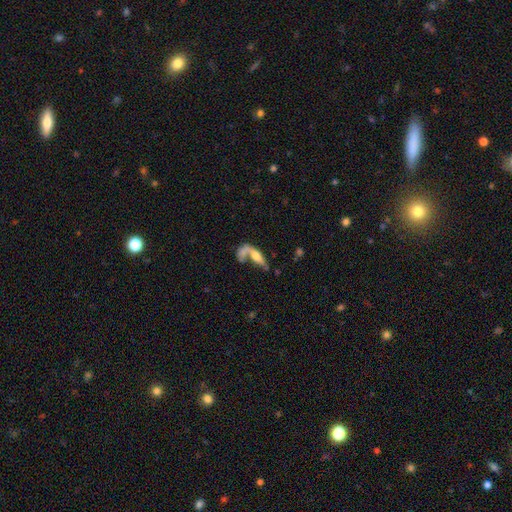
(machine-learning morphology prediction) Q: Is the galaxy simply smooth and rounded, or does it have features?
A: smooth — 49%.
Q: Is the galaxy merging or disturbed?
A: merger — 47%.